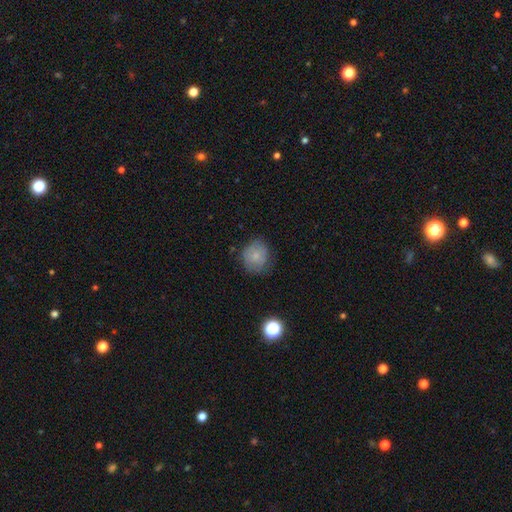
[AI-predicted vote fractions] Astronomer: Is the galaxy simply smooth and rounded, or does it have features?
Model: smooth — 76%.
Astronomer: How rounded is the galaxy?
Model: round — 82%.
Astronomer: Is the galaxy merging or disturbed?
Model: none — 70%.